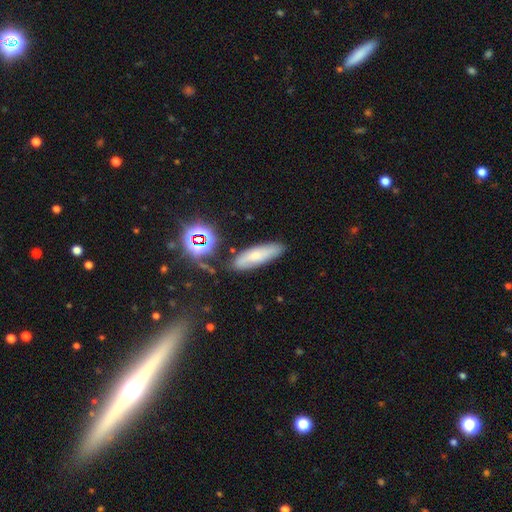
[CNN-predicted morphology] Smooth or featured: smooth — 61% (featured or disk — 25%)
How rounded: cigar-shaped — 49% (in between — 48%)
Merging: none — 76% (minor disturbance — 16%)